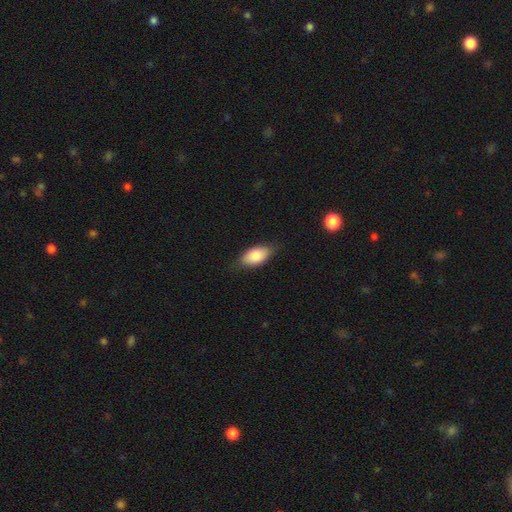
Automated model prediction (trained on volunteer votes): Smooth or featured? smooth (83%)
How rounded? in between (91%)
Merging? none (78%)